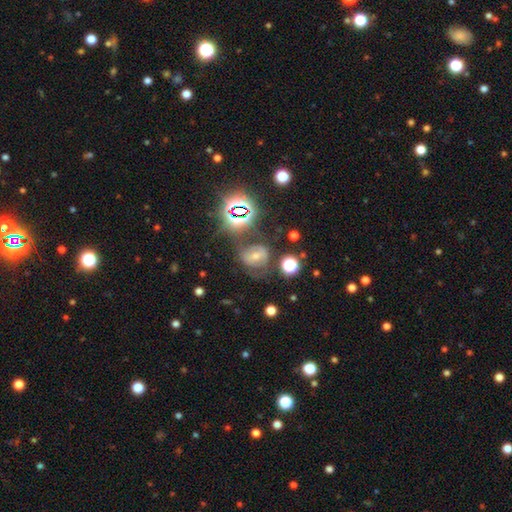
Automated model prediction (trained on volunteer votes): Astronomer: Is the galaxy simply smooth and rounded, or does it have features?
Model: featured or disk — 42% (runner-up: smooth, 30%).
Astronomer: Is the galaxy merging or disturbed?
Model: none — 53%.